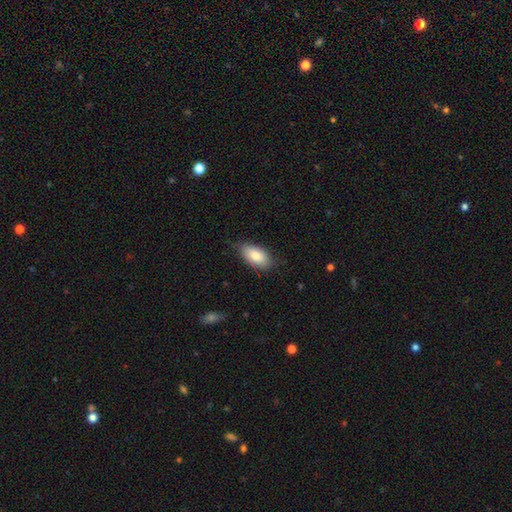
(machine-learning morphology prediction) type=smooth (84%); roundness=in between (92%); merging=none (74%).